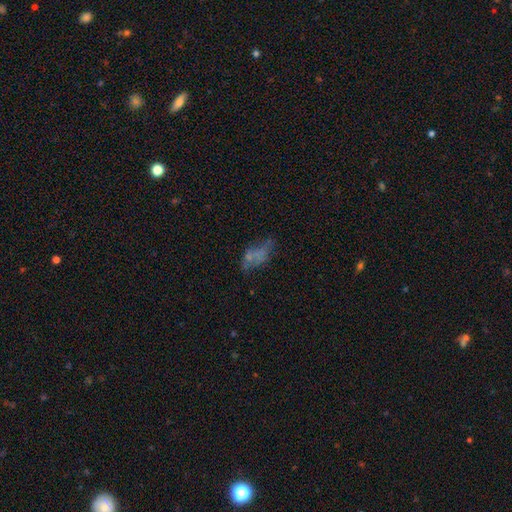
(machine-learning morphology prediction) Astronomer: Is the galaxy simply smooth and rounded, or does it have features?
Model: smooth — 43% (runner-up: featured or disk, 39%).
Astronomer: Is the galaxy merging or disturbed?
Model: none — 43% (runner-up: major disturbance, 23%).